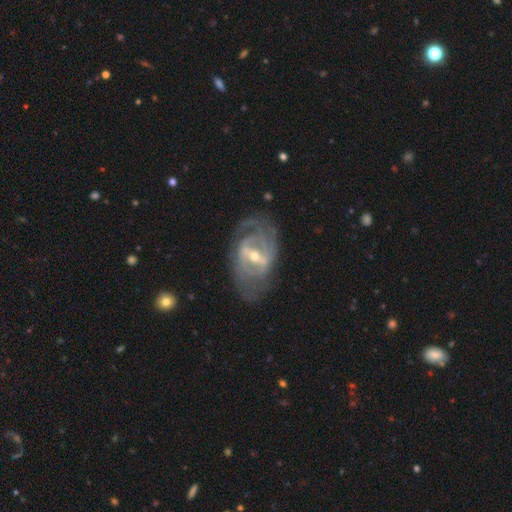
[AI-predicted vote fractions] This is clearly a featured or disk galaxy (86%). It is clearly not viewed edge-on (94%). Bar: possibly strong (56%). Spiral arm pattern: clearly yes (89%). Spiral arm count: possibly 2 (48%). Spiral winding: possibly tight (47%). Central bulge: possibly moderate (48%, tied with small). Merging: likely none (69%).